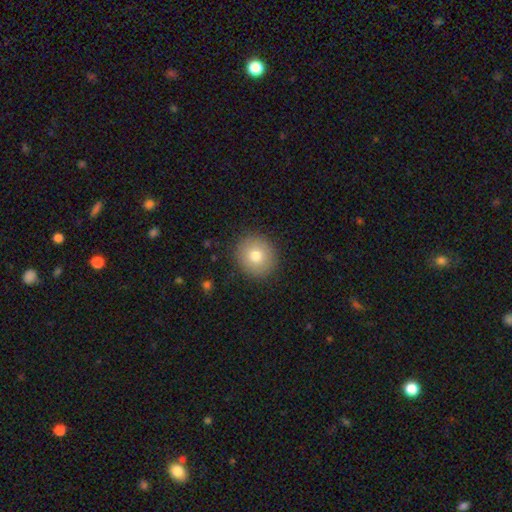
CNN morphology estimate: type=smooth (78%); roundness=round (87%); merging=none (90%).